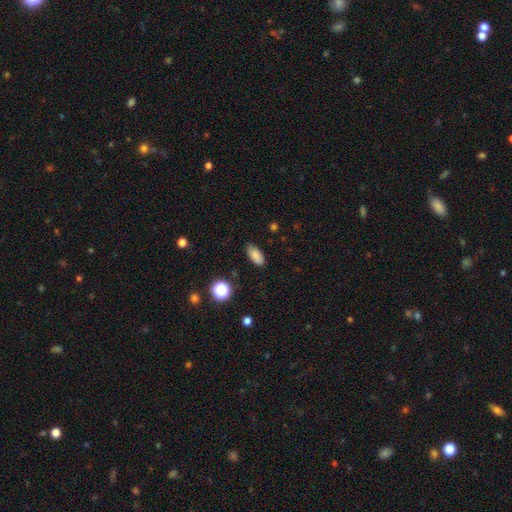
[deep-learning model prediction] Overall: smooth (84%). How rounded: in between (89%). Merging: none (83%).